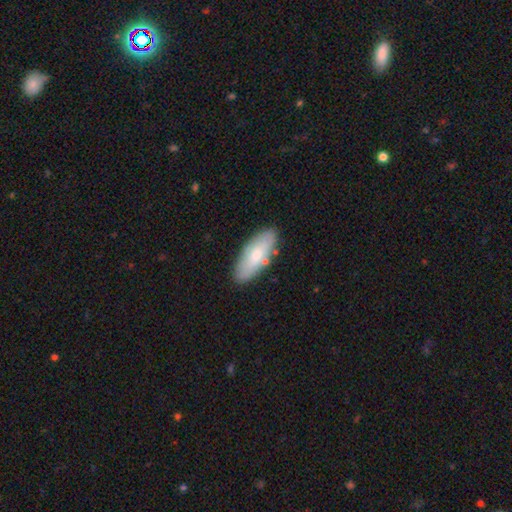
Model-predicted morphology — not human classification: This is likely a smooth galaxy (70%). How rounded: likely in between (75%). Merging: clearly none (81%).